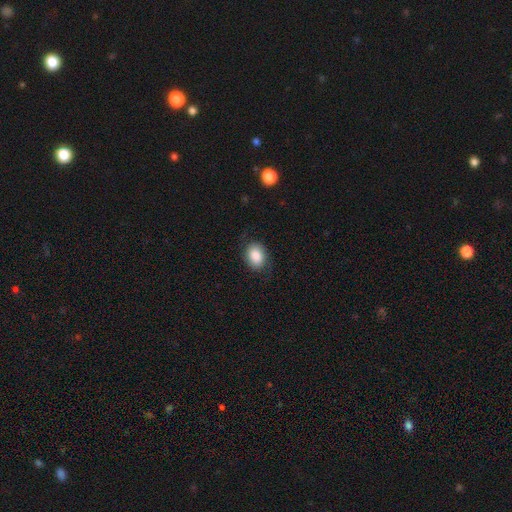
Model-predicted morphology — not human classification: smooth_or_featured: smooth (p=0.84) [alt: featured or disk p=0.09]
how_rounded: in between (p=0.73) [alt: round p=0.26]
merging: none (p=0.76) [alt: minor disturbance p=0.17]